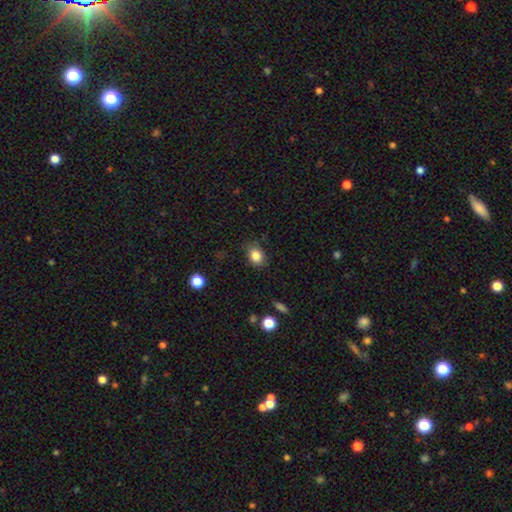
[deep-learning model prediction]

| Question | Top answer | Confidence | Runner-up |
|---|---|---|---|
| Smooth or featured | smooth | 84% | star or artifact (10%) |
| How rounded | in between | 60% | round (39%) |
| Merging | none | 78% | minor disturbance (16%) |